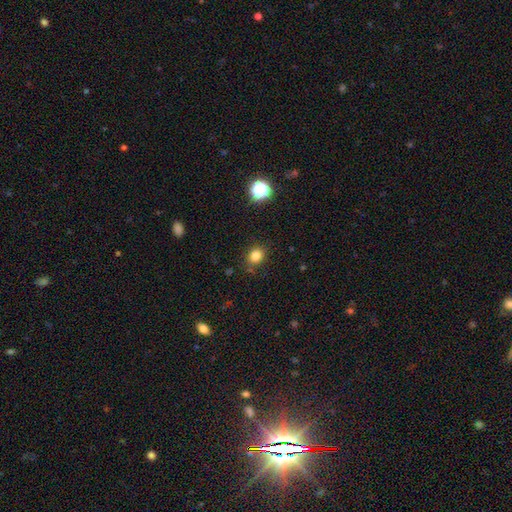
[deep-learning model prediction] Smooth or featured? Predicted: smooth (p=0.81). How rounded? Predicted: round (p=0.68). Merging? Predicted: none (p=0.84).